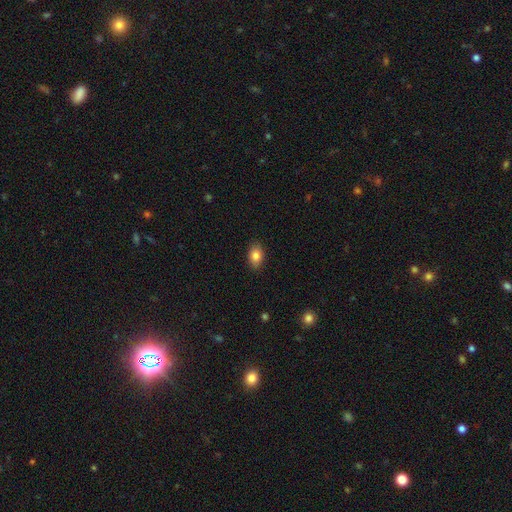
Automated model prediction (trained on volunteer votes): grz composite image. It shows a smooth galaxy with no disk features (84%) that is in between round and cigar-shaped (83%). Merging: none (88%).